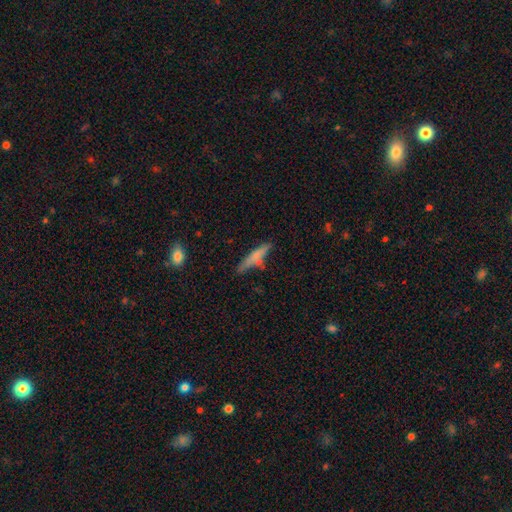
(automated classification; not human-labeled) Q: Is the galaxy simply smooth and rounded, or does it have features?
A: smooth — 62%.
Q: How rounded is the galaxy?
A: cigar-shaped — 87%.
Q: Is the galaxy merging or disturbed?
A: none — 67%.